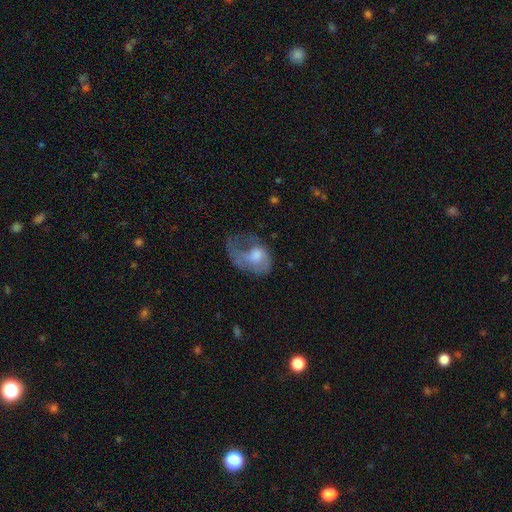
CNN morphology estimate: The model was most divided on "smooth or featured": featured or disk: 50%, smooth: 41%, star or artifact: 9%. More confident: merging — major disturbance (54%).